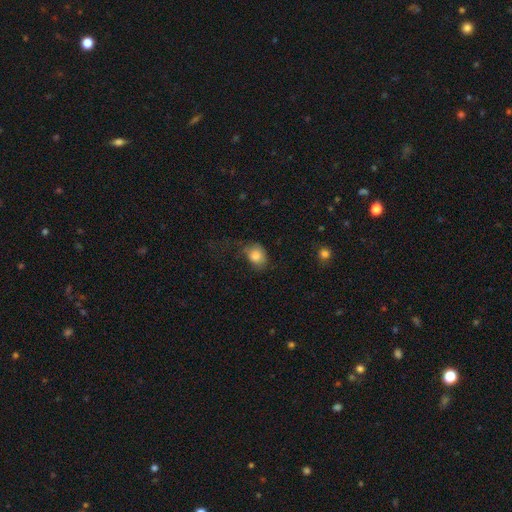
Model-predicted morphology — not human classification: smooth-or-featured: smooth: 82% | featured or disk: 9% | star or artifact: 9%
  how-rounded: in between: 53% | round: 46% | cigar-shaped: 1%
  merging: none: 53% | minor disturbance: 28% | major disturbance: 17% | merger: 2%